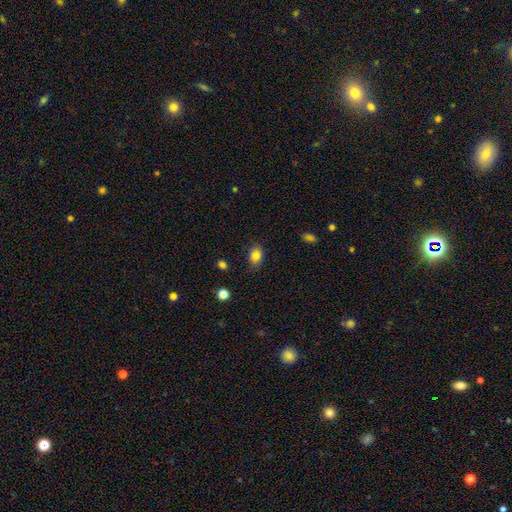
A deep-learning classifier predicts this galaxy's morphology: The model was most divided on "how rounded": in between: 72%, round: 26%, cigar-shaped: 1%. More confident: smooth or featured — smooth (84%); merging — none (80%).